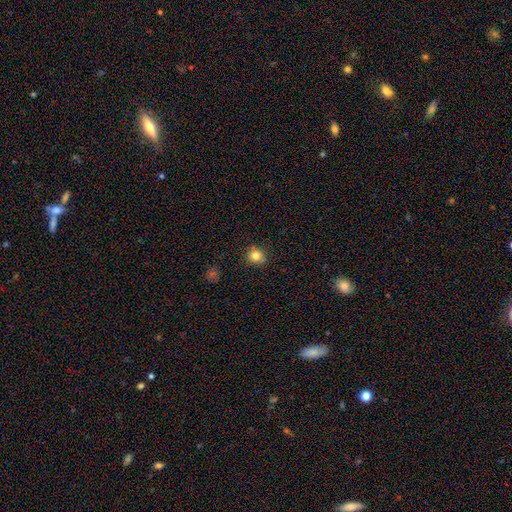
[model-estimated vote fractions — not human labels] Smooth or featured? smooth (82%)
How rounded? round (85%)
Merging? none (85%)